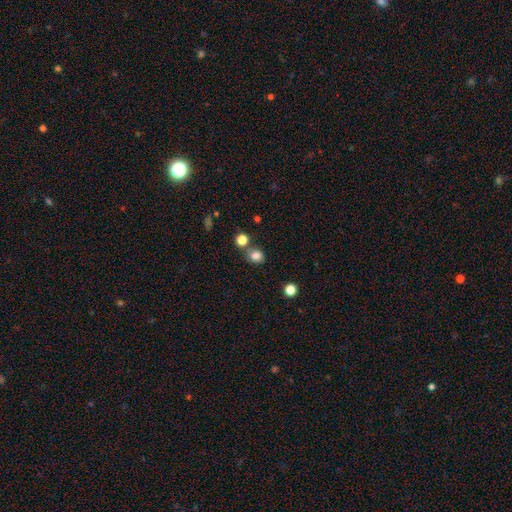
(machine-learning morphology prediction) A smooth galaxy with no disk features (82%) that is round (69%).

Vote fractions:
- Smooth or featured? smooth: 82% / star or artifact: 12% / featured or disk: 5%
- How rounded? round: 69% / in between: 30% / cigar-shaped: 1%
- Merging? none: 66% / merger: 17% / minor disturbance: 12% / major disturbance: 4%